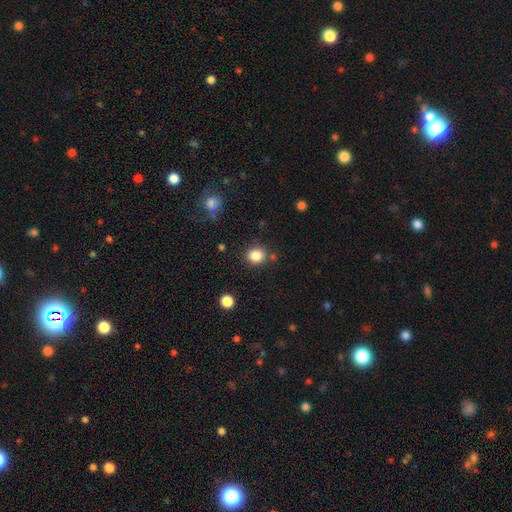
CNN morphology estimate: Smooth or featured?
  - smooth: 85% *
  - star or artifact: 10%
  - featured or disk: 4%
How rounded?
  - round: 80% *
  - in between: 19%
  - cigar-shaped: 1%
Merging?
  - none: 81% *
  - minor disturbance: 10%
  - merger: 6%
  - major disturbance: 4%